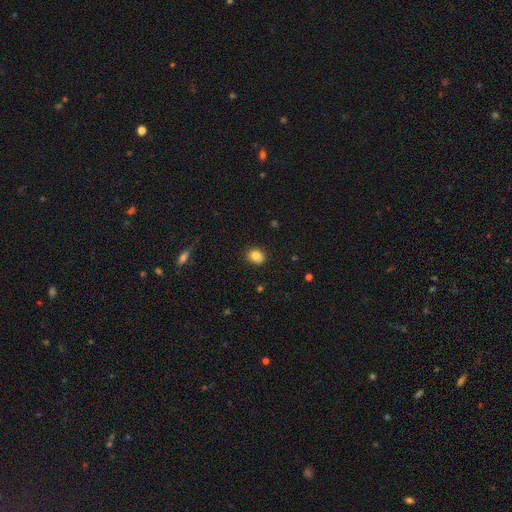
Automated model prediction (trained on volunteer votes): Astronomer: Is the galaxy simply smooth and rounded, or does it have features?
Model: smooth — 82%.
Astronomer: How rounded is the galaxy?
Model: round — 73%.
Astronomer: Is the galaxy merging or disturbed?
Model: none — 85%.